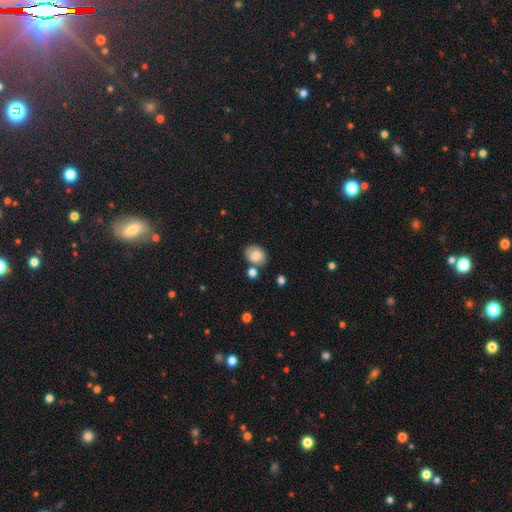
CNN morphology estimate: This is likely a smooth galaxy (78%). How rounded: likely in between (64%). Merging: likely none (71%).